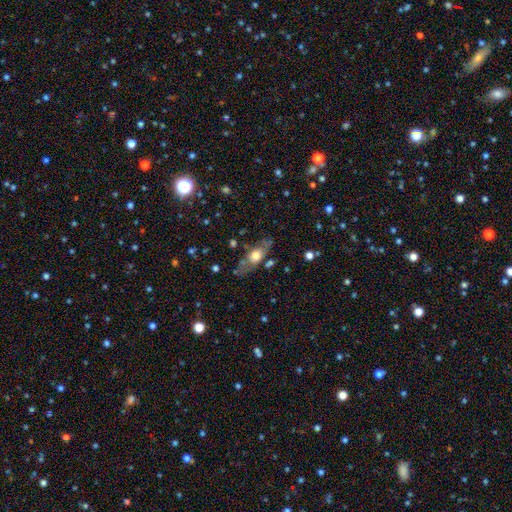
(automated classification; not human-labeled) Overall: smooth (51%; featured or disk 42%). How rounded: in between (68%). Merging: none (67%).